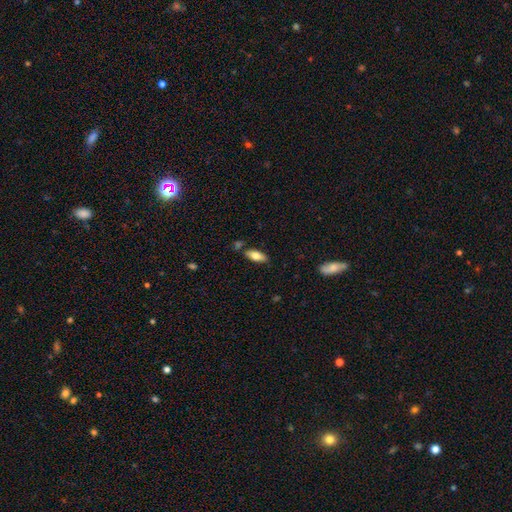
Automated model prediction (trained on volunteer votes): Smooth or featured? Predicted: smooth (p=0.76). How rounded? Predicted: in between (p=0.81). Merging? Predicted: none (p=0.78).